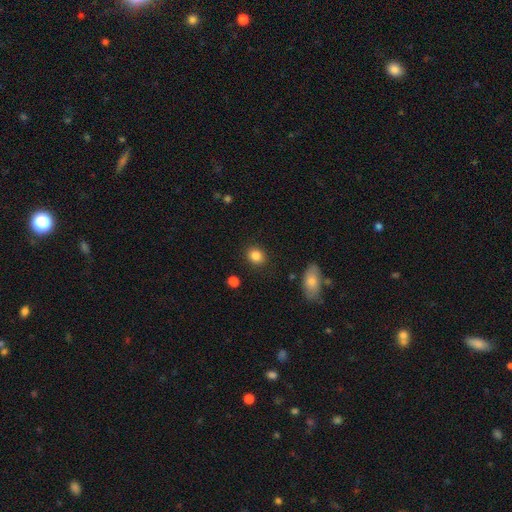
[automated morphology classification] smooth 85%, star or artifact 10%, featured or disk 5%. Down the decision tree: how rounded — round (70%); merging — none (88%).